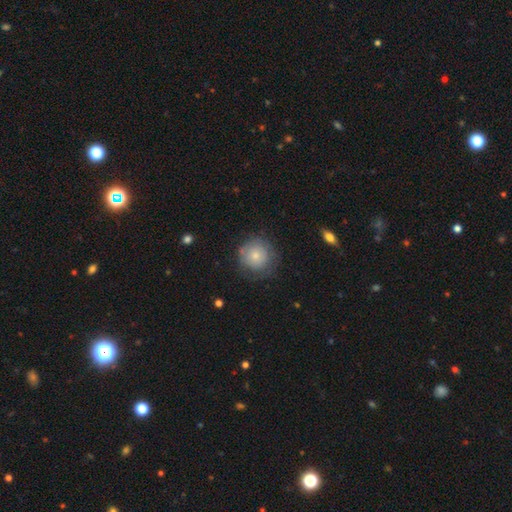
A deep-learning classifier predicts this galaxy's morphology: smooth_or_featured: smooth (p=0.72) [alt: featured or disk p=0.21]
how_rounded: round (p=0.92) [alt: in between p=0.07]
merging: none (p=0.70) [alt: minor disturbance p=0.20]